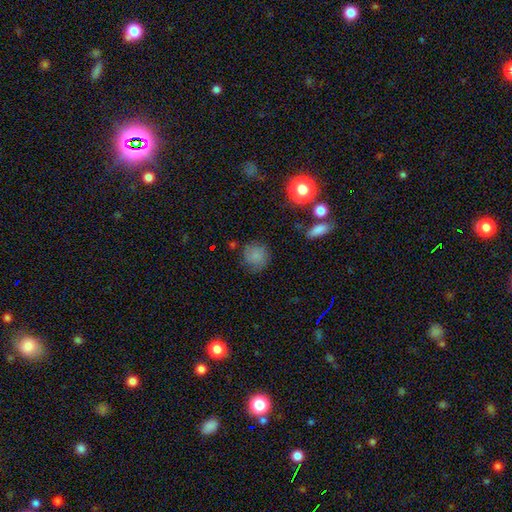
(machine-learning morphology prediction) The model was most divided on "merging": none: 76%, minor disturbance: 16%, major disturbance: 5%, merger: 3%. More confident: how rounded — round (89%); smooth or featured — smooth (80%).